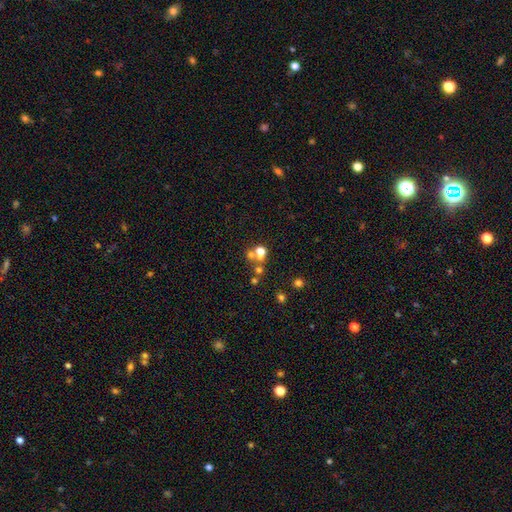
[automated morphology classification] Smooth or featured? Predicted: smooth (p=0.46). Merging? Predicted: none (p=0.51).